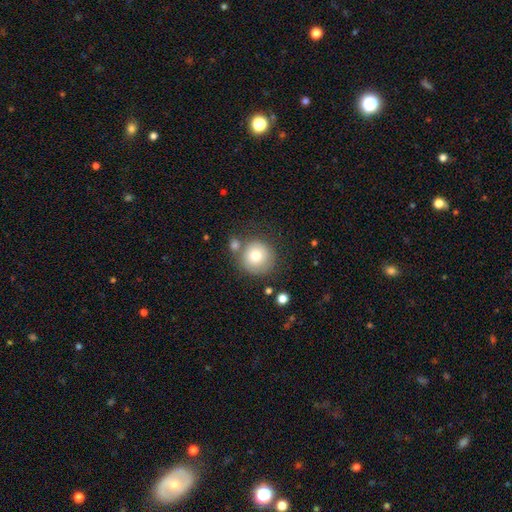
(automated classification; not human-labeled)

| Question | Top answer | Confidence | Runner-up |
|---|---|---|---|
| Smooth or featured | smooth | 75% | featured or disk (15%) |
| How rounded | round | 94% | in between (5%) |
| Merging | none | 67% | merger (14%) |